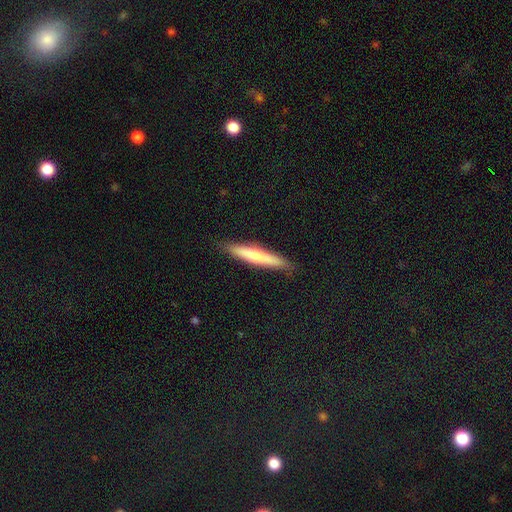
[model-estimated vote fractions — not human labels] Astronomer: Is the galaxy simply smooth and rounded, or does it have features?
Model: smooth — 66%.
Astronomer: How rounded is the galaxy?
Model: cigar-shaped — 93%.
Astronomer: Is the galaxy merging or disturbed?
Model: none — 88%.